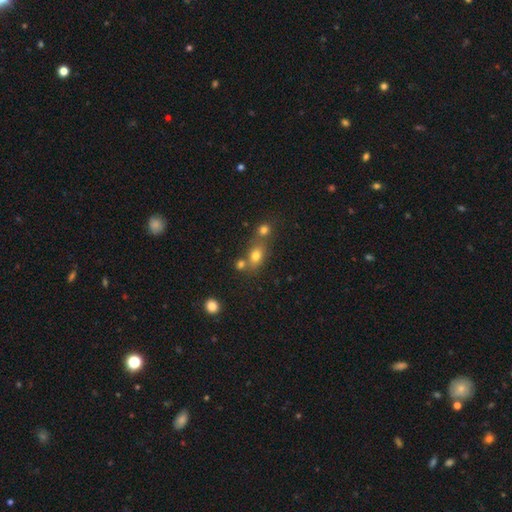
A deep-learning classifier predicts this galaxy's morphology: smooth 74%, star or artifact 14%, featured or disk 12%. Down the decision tree: how rounded — in between (58%); merging — none (47%).